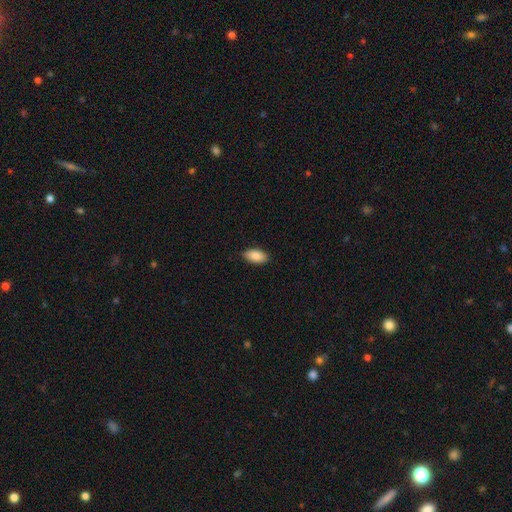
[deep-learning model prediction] This is clearly a smooth galaxy (88%). How rounded: clearly in between (94%). Merging: clearly none (87%).